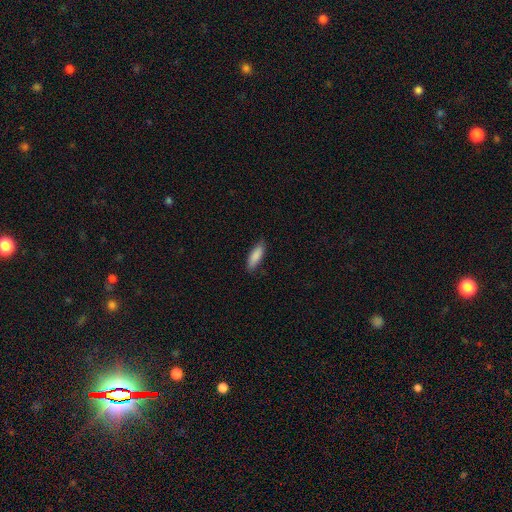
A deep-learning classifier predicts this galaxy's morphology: The model was most divided on "how rounded": in between: 52%, cigar-shaped: 47%, round: 1%. More confident: smooth or featured — smooth (87%); merging — none (83%).